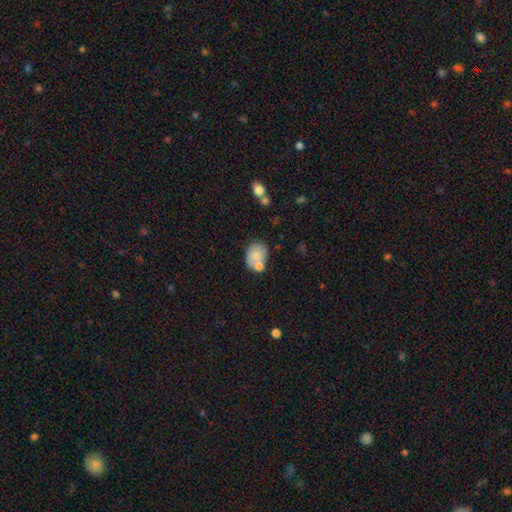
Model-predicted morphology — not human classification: Smooth or featured? smooth (71%)
How rounded? in between (57%)
Merging? none (46%)